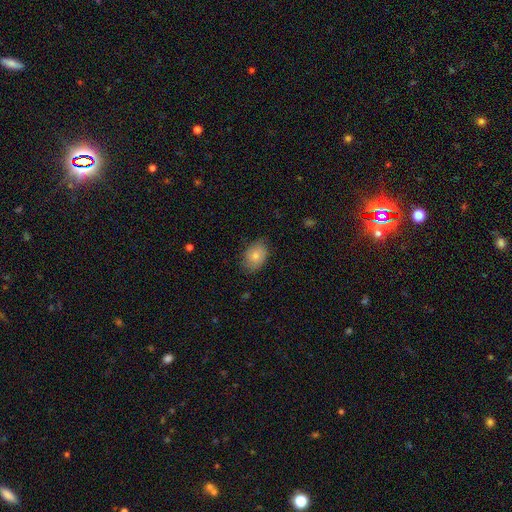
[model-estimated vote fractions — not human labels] Smooth or featured: smooth — 76% (featured or disk — 16%)
How rounded: in between — 78% (round — 21%)
Merging: none — 77% (minor disturbance — 19%)